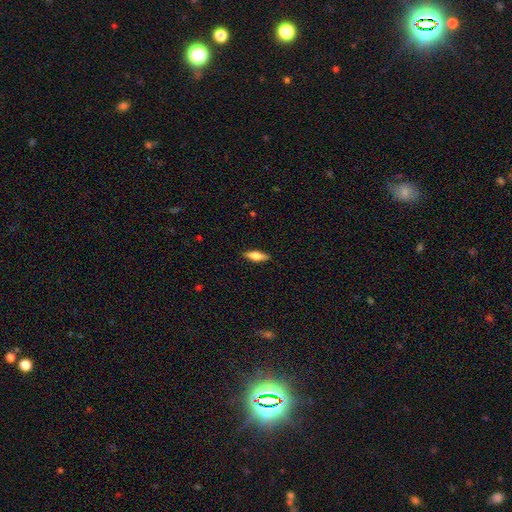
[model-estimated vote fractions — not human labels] Smooth or featured? Predicted: smooth (p=0.62). How rounded? Predicted: cigar-shaped (p=0.50). Merging? Predicted: none (p=0.87).